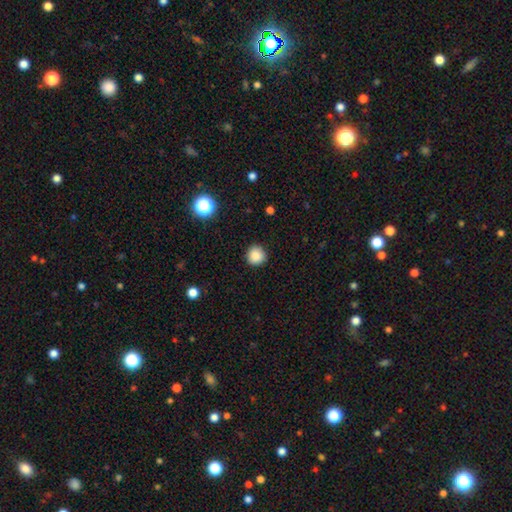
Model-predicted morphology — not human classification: type=smooth (86%); roundness=round (94%); merging=none (91%).